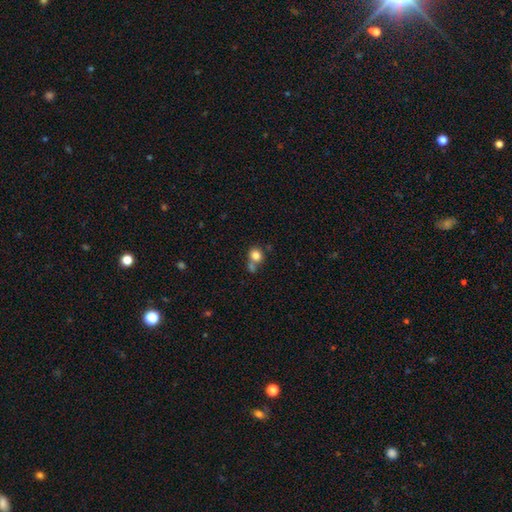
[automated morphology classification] Smooth or featured? smooth (82%)
How rounded? round (79%)
Merging? none (48%)